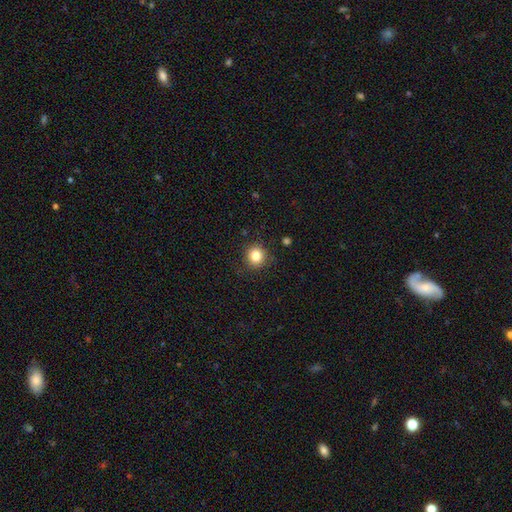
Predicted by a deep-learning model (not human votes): Smooth or featured? smooth (83%)
How rounded? round (92%)
Merging? none (88%)